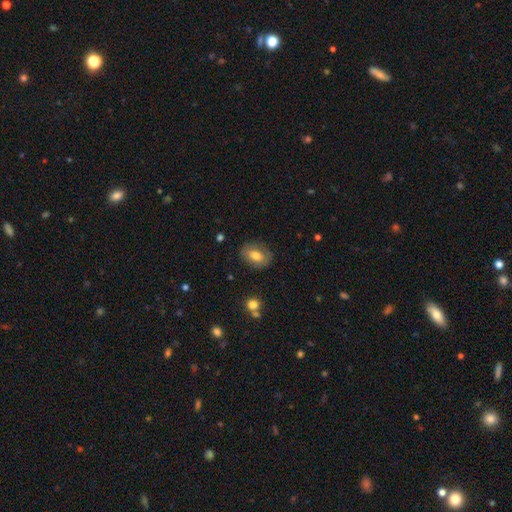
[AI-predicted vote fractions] Overall: smooth (72%). How rounded: in between (78%). Merging: none (81%).